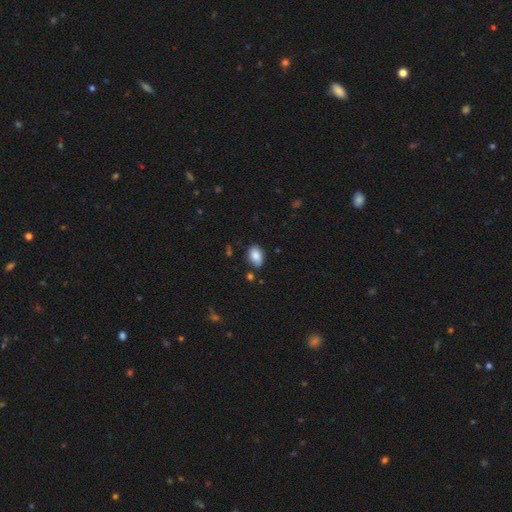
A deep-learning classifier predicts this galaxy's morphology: Overall: smooth (86%). How rounded: in between (86%). Merging: none (77%).